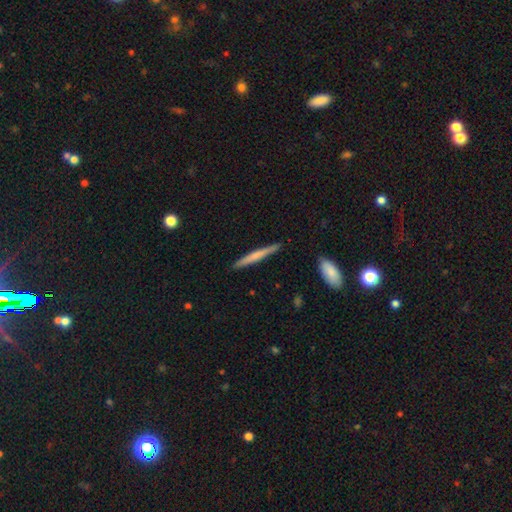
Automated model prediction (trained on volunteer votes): smooth-or-featured: smooth: 57% | featured or disk: 38% | star or artifact: 5%
  how-rounded: cigar-shaped: 96% | in between: 3% | round: 1%
  merging: none: 90% | minor disturbance: 7% | merger: 1% | major disturbance: 1%